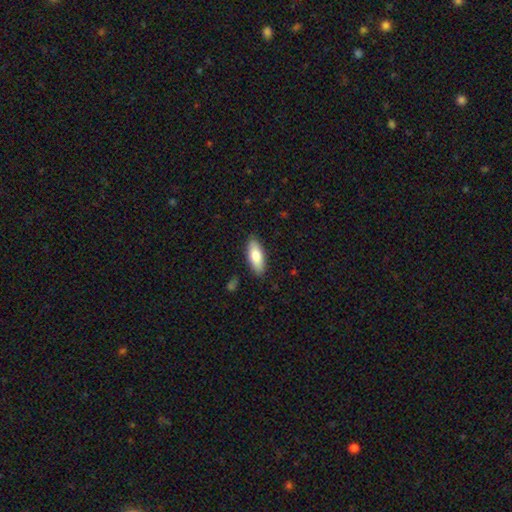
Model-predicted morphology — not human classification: Smooth or featured? Predicted: smooth (p=0.78). How rounded? Predicted: in between (p=0.75). Merging? Predicted: none (p=0.88).